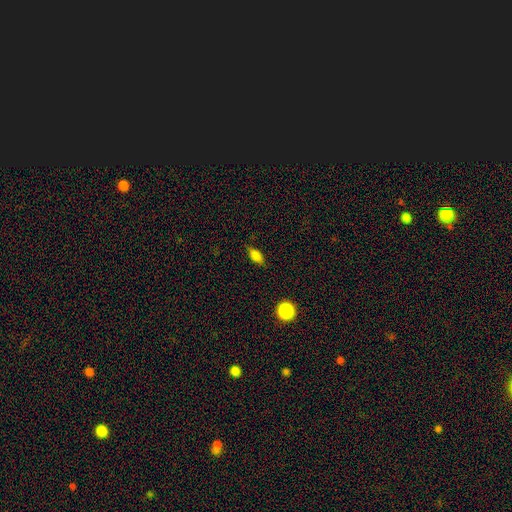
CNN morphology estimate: Smooth or featured? smooth (75%)
How rounded? in between (78%)
Merging? none (79%)